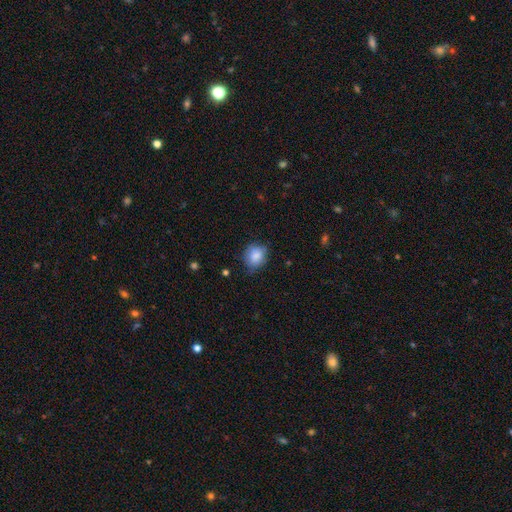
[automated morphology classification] Smooth or featured? Predicted: smooth (p=0.84). How rounded? Predicted: round (p=0.73). Merging? Predicted: none (p=0.67).